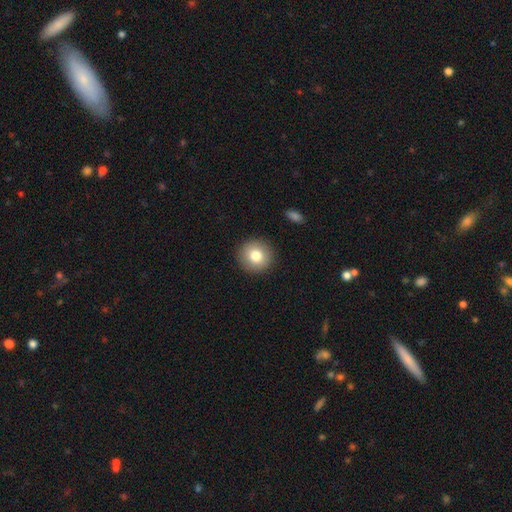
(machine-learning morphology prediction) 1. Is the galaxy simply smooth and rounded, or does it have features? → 79% smooth, 11% featured or disk, 9% star or artifact.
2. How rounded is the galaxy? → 94% round, 6% in between, 1% cigar-shaped.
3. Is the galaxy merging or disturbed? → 92% none, 5% minor disturbance, 2% major disturbance, 1% merger.